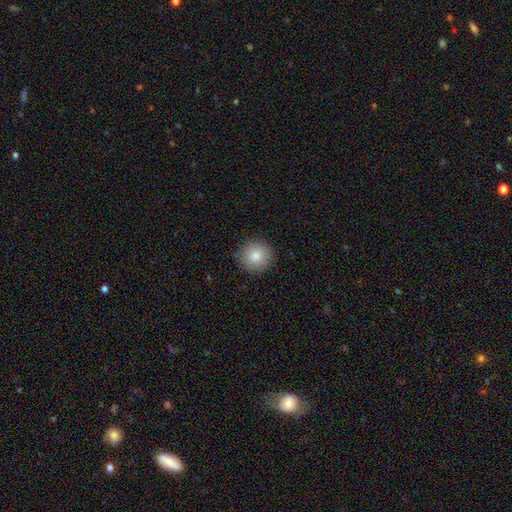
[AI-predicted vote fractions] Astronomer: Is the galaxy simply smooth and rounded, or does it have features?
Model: smooth — 84%.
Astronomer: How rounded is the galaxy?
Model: round — 94%.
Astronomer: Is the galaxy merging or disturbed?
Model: none — 90%.